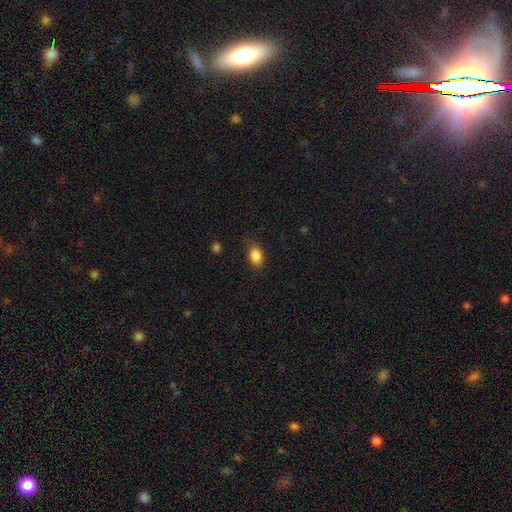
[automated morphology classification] type=smooth (86%); roundness=in between (82%); merging=none (77%).